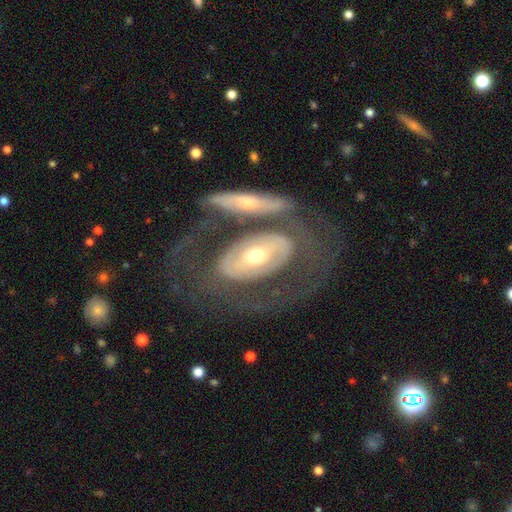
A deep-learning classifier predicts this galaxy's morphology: A featured or disk galaxy (70%) with no bar (51%), spiral arms (56%) and a moderate central bulge (70%). Merging: none (47%).